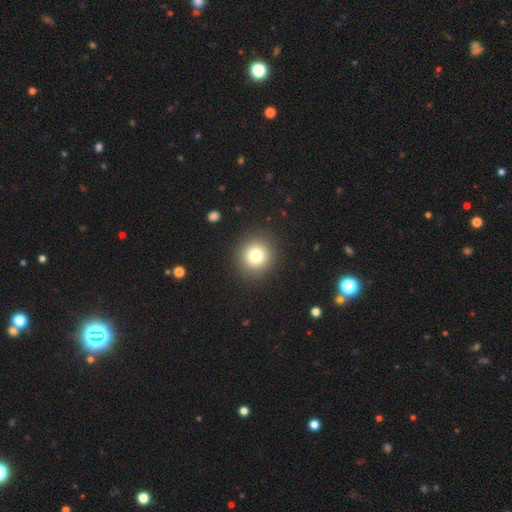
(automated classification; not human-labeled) Morphology: type=smooth (78%); roundness=round (93%); merging=none (91%).